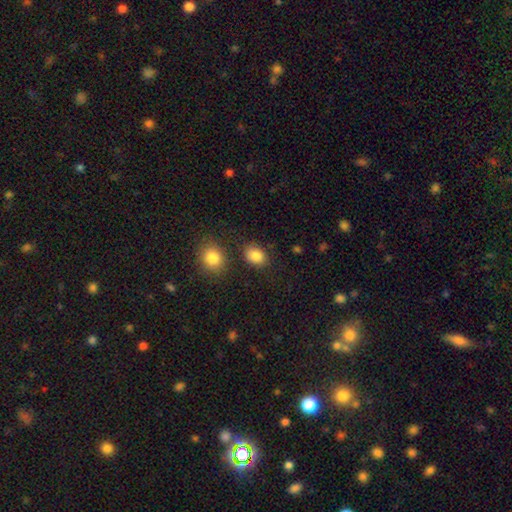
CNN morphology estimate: smooth-or-featured: smooth: 86% | star or artifact: 9% | featured or disk: 6%
  how-rounded: in between: 65% | round: 34% | cigar-shaped: 1%
  merging: none: 77% | minor disturbance: 12% | merger: 7% | major disturbance: 4%